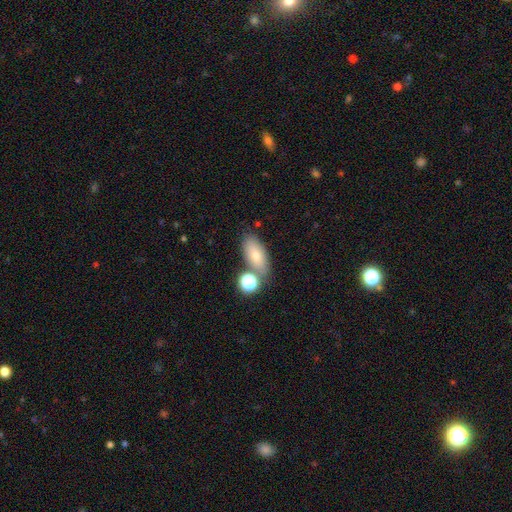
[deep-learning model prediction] This is likely a smooth galaxy (73%). How rounded: clearly in between (84%). Merging: likely none (67%).